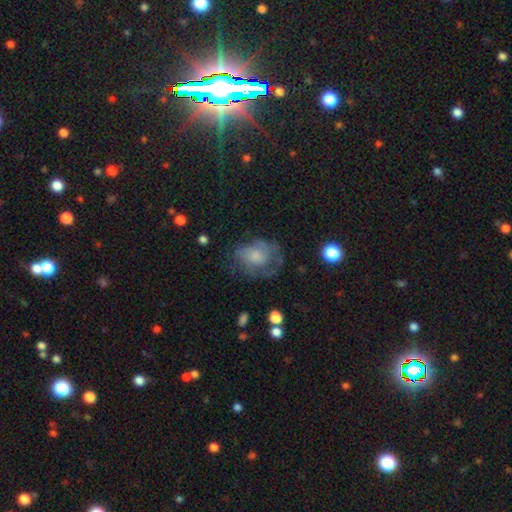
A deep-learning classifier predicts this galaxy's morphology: A smooth galaxy with no disk features (47%). Merging: none (43%).